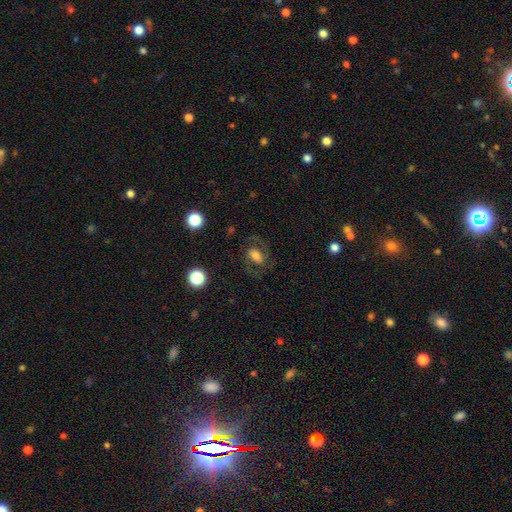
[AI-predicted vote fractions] featured or disk 57%, smooth 33%, star or artifact 11%. Down the decision tree: edge-on disk — no (96%); bar — no (39%); spiral arms — yes (77%); bulge size — moderate (49%); merging — none (70%).